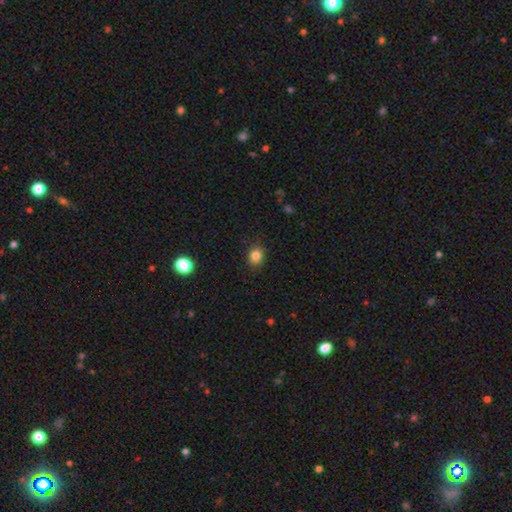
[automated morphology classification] A smooth galaxy with no disk features (83%) that is round (57%). Merging: none (88%).